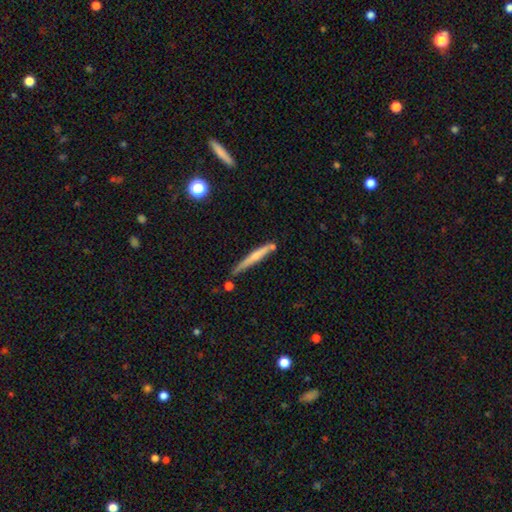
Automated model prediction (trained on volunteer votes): Morphology: type=smooth (51%); roundness=cigar-shaped (95%); merging=none (66%).